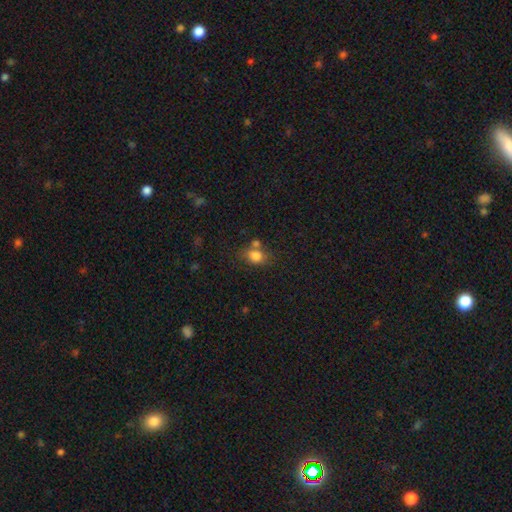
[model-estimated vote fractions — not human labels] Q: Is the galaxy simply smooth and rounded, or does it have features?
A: smooth — 81%.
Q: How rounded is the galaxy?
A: in between — 59%.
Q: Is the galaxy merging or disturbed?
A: none — 56%.